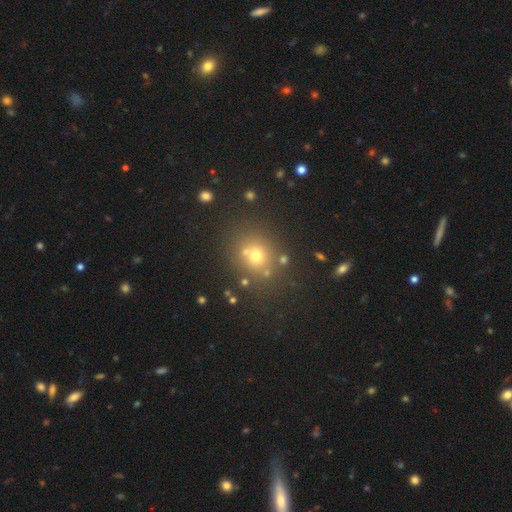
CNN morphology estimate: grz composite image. It shows a smooth galaxy with no disk features (65%) that is round (79%). Merging: none (69%).